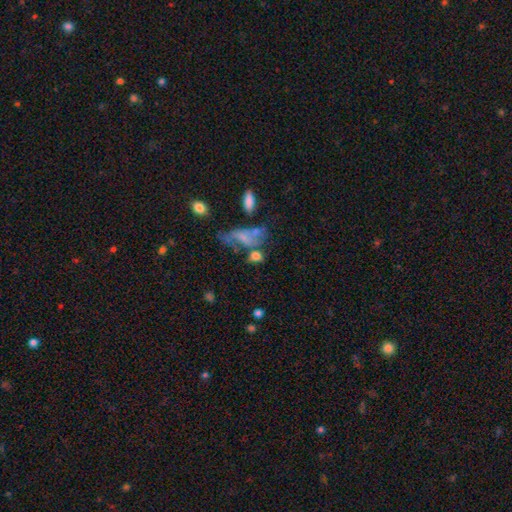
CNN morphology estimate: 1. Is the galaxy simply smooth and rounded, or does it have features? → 64% smooth, 23% featured or disk, 13% star or artifact.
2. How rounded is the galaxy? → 71% in between, 22% round, 7% cigar-shaped.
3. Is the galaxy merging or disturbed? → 34% none, 30% merger, 19% major disturbance, 17% minor disturbance.